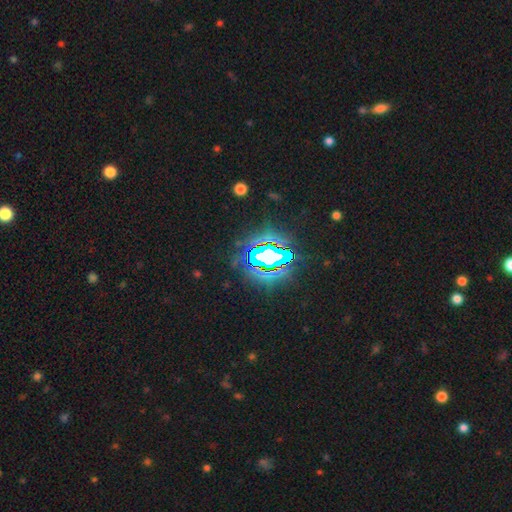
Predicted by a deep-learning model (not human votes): A star or artifact, not a galaxy (84%).